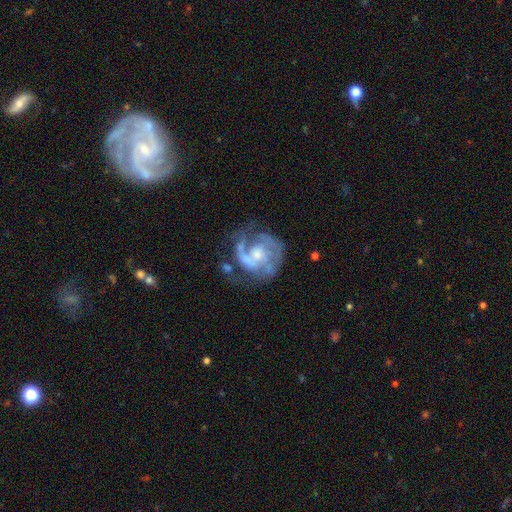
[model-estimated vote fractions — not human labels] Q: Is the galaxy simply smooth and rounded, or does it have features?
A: featured or disk — 84%.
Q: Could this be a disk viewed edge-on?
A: no — 98%.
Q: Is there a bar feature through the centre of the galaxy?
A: no — 67%.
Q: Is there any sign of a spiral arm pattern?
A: yes — 91%.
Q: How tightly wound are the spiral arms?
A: tight — 45%.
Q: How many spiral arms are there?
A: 2 — 43%.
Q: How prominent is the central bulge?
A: moderate — 48%.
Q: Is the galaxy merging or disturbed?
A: none — 54%.